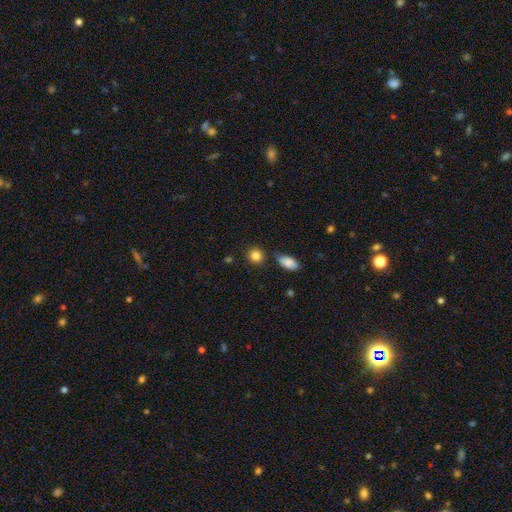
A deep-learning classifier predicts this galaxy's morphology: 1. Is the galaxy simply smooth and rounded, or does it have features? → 85% smooth, 10% star or artifact, 5% featured or disk.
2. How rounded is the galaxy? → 82% round, 17% in between, 1% cigar-shaped.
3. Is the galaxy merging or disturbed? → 81% none, 10% minor disturbance, 6% merger, 3% major disturbance.